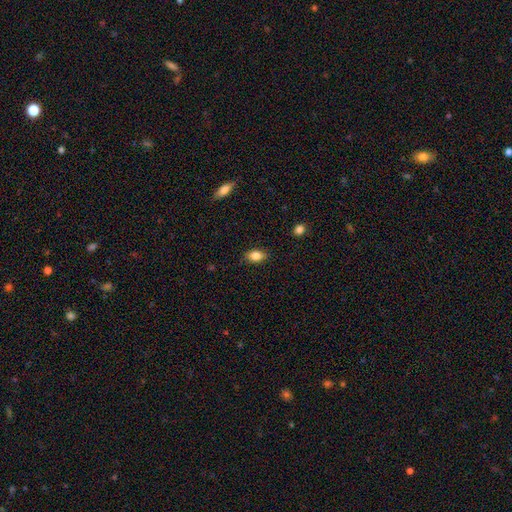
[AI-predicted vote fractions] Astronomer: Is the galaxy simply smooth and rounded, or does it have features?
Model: smooth — 83%.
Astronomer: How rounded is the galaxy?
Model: in between — 83%.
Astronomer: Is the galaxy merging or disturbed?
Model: none — 84%.